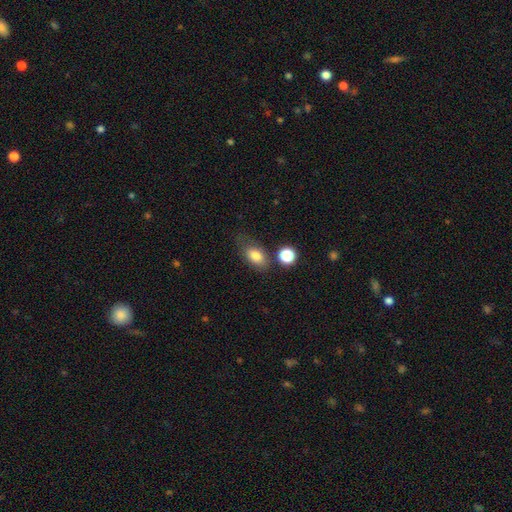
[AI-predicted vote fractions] Smooth or featured? smooth (81%)
How rounded? in between (85%)
Merging? none (63%)